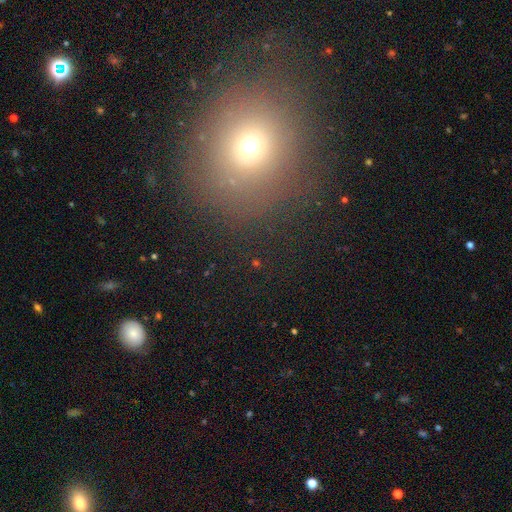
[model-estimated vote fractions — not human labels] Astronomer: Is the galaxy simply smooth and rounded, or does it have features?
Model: smooth — 57%.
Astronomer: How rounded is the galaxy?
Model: round — 81%.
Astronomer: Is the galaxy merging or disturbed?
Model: none — 84%.